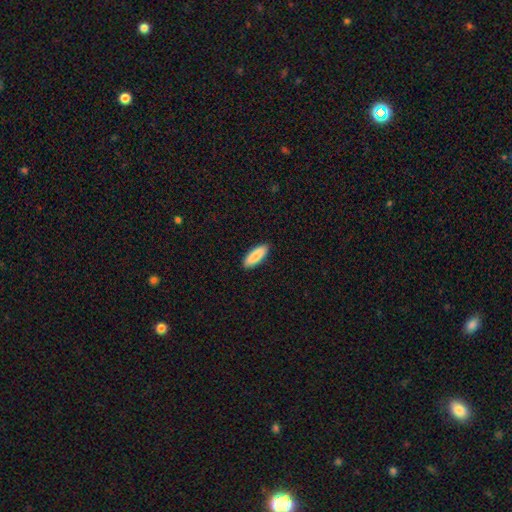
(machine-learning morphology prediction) smooth-or-featured: smooth: 88% | featured or disk: 6% | star or artifact: 5%
  how-rounded: in between: 61% | cigar-shaped: 38% | round: 2%
  merging: none: 90% | minor disturbance: 7% | major disturbance: 2% | merger: 1%